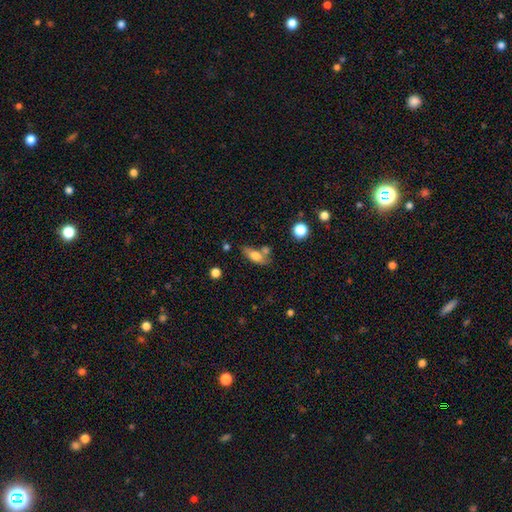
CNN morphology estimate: Smooth or featured: smooth — 72% (featured or disk — 20%)
How rounded: in between — 76% (cigar-shaped — 19%)
Merging: none — 53% (merger — 22%)